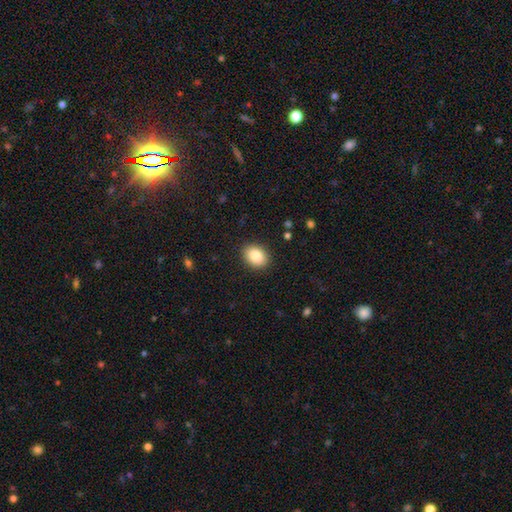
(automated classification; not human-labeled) A smooth galaxy with no disk features (86%) that is in between round and cigar-shaped (68%). Merging: none (89%).